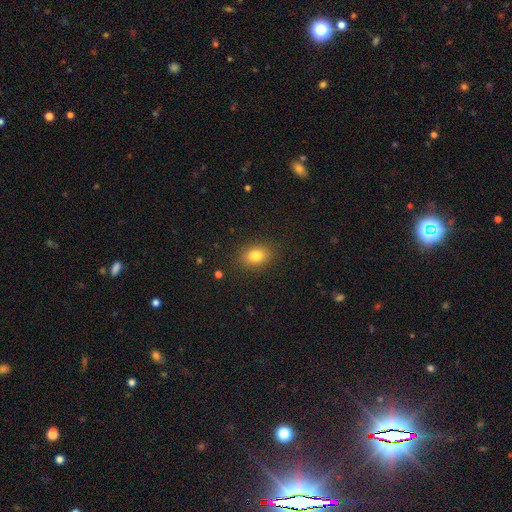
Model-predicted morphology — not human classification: smooth_or_featured: smooth (p=0.82) [alt: star or artifact p=0.10]
how_rounded: in between (p=0.72) [alt: round p=0.26]
merging: none (p=0.87) [alt: minor disturbance p=0.09]